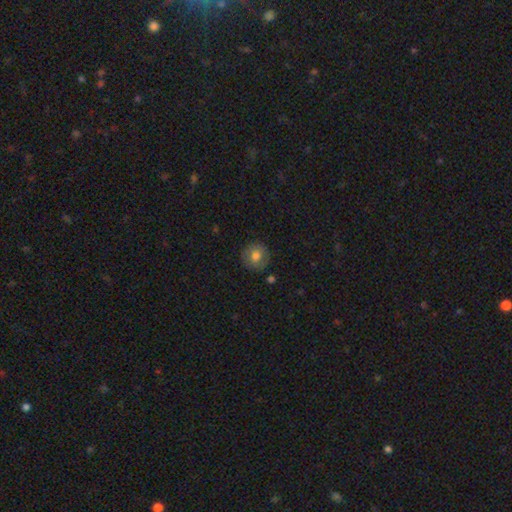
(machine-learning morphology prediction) A smooth galaxy with no disk features (73%) that is round (91%). Merging: none (86%).